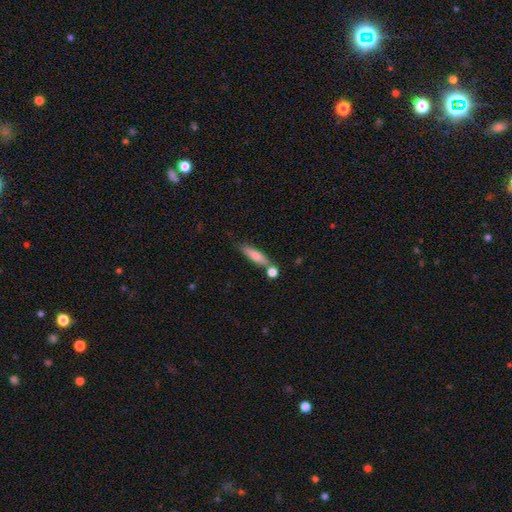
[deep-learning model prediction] Smooth or featured? smooth (74%)
How rounded? cigar-shaped (73%)
Merging? none (64%)